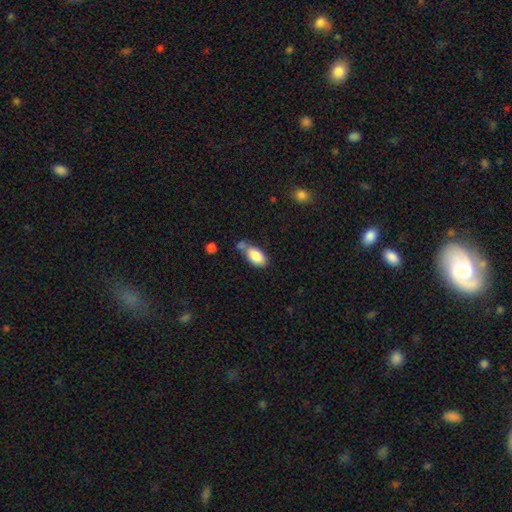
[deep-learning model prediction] smooth-or-featured: smooth: 84% | featured or disk: 9% | star or artifact: 7%
  how-rounded: in between: 92% | cigar-shaped: 4% | round: 4%
  merging: none: 46% | merger: 26% | minor disturbance: 21% | major disturbance: 7%